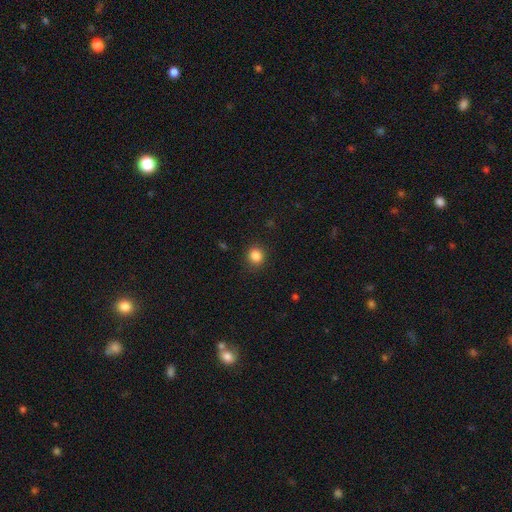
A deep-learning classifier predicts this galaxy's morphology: smooth_or_featured: smooth (p=0.85) [alt: star or artifact p=0.11]
how_rounded: round (p=0.83) [alt: in between p=0.16]
merging: none (p=0.88) [alt: minor disturbance p=0.08]